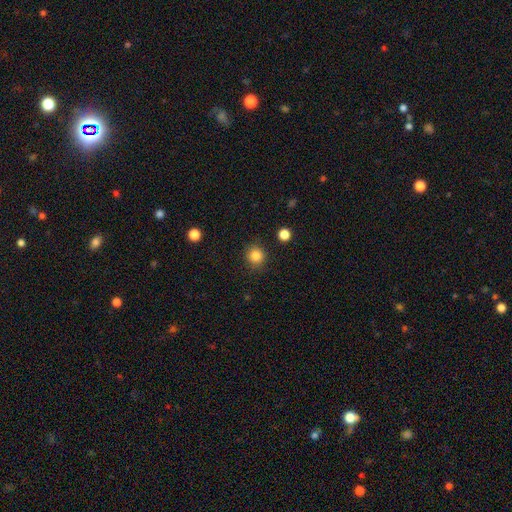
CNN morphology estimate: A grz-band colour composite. It shows a smooth galaxy with no disk features (84%) that is round (90%). Merging: none (89%).